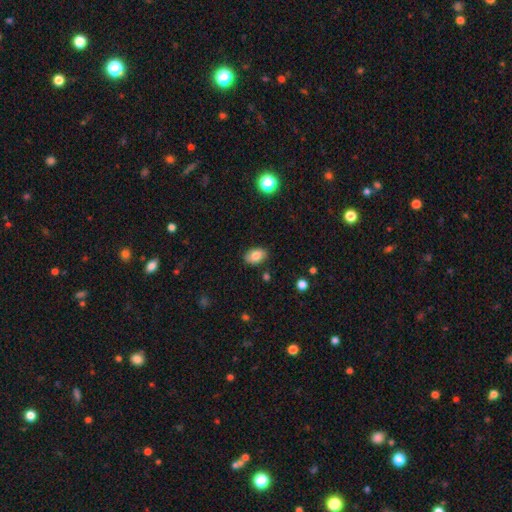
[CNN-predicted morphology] This appears to be a smooth galaxy with no disk features (81%) that is in between round and cigar-shaped (86%). Merging: none (85%).